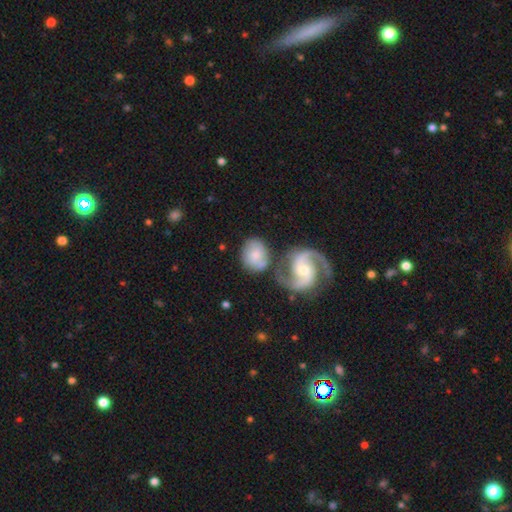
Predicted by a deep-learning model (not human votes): This appears to be a smooth galaxy with no disk features (49%). Merging: none (49%).